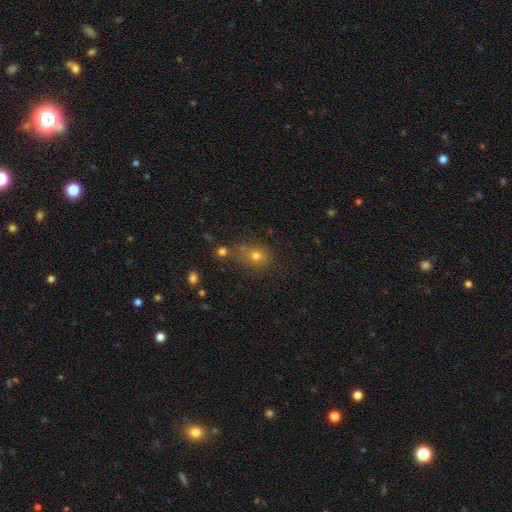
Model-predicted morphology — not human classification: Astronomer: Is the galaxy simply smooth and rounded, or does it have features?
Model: smooth — 66%.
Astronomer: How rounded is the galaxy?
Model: round — 69%.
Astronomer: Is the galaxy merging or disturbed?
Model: none — 64%.